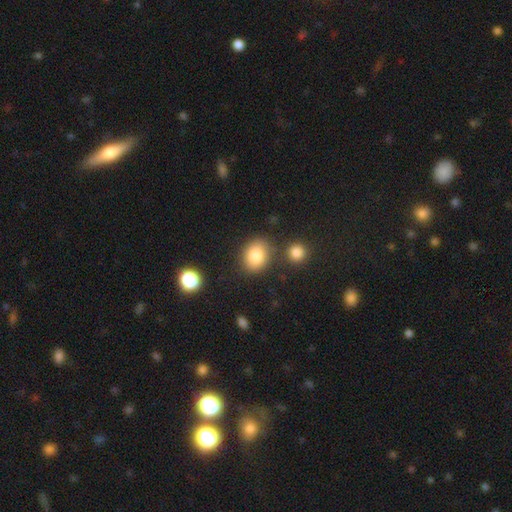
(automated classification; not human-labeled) Smooth or featured?
  - smooth: 84% *
  - star or artifact: 9%
  - featured or disk: 7%
How rounded?
  - in between: 54% *
  - round: 45%
  - cigar-shaped: 1%
Merging?
  - none: 75% *
  - minor disturbance: 12%
  - merger: 9%
  - major disturbance: 4%